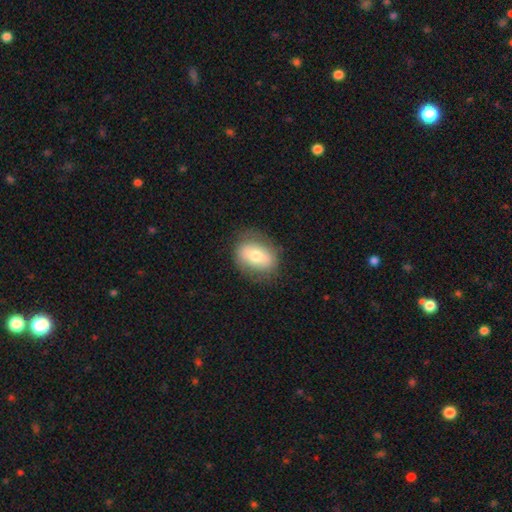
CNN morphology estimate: Smooth or featured?
  - smooth: 66% *
  - featured or disk: 26%
  - star or artifact: 8%
How rounded?
  - in between: 70% *
  - round: 28%
  - cigar-shaped: 1%
Merging?
  - none: 77% *
  - minor disturbance: 16%
  - major disturbance: 6%
  - merger: 1%